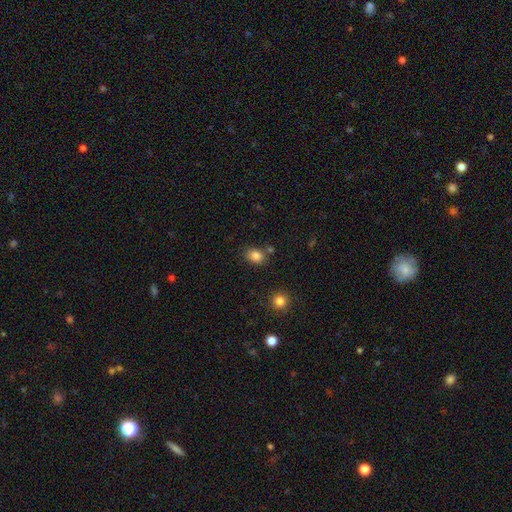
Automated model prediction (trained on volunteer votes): Morphology: type=smooth (84%); roundness=in between (62%); merging=none (75%).